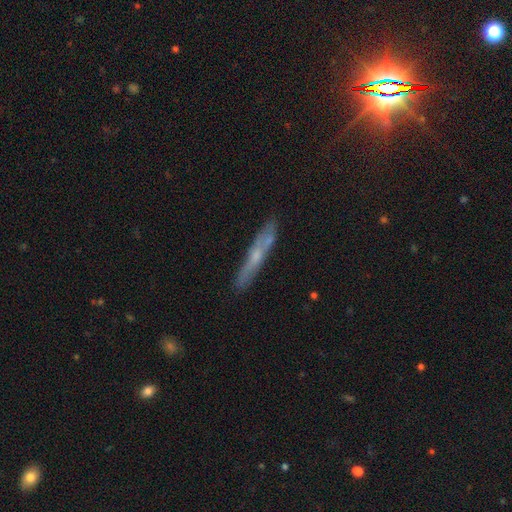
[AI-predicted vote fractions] Smooth or featured: featured or disk — 51% (smooth — 41%)
Edge-on disk: yes — 83% (no — 17%)
Merging: none — 78% (minor disturbance — 15%)